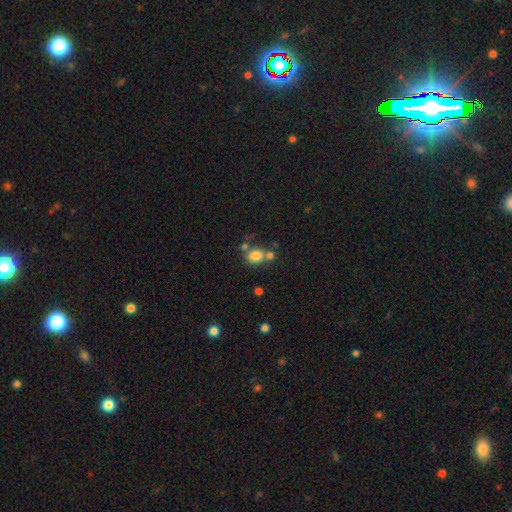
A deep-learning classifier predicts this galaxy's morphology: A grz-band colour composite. It shows a smooth galaxy with no disk features (79%) that is in between round and cigar-shaped (57%). Merging: none (48%).